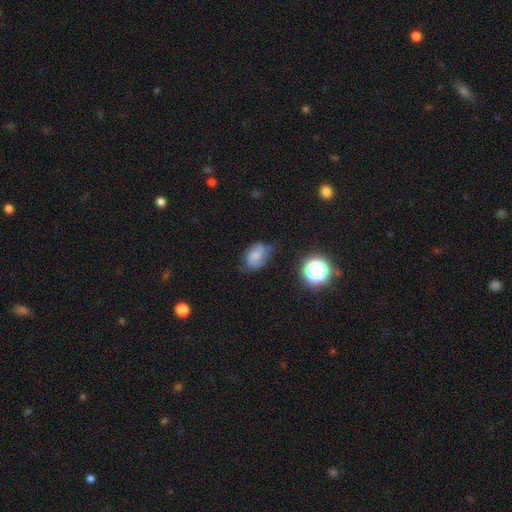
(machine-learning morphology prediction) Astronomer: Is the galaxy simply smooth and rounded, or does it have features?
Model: smooth — 44% (runner-up: featured or disk, 43%).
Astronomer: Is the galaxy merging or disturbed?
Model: none — 52% (runner-up: minor disturbance, 32%).